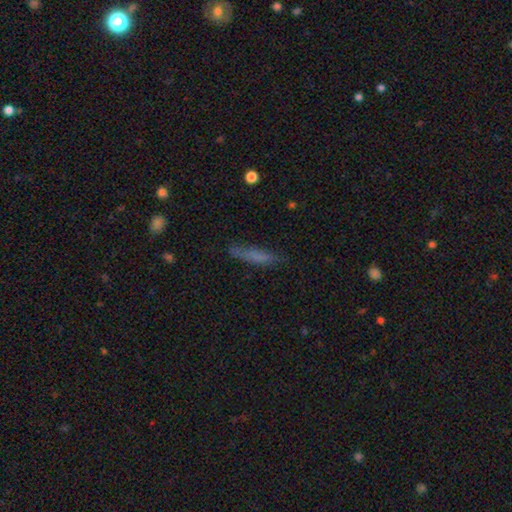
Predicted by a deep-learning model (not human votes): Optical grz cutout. It shows a smooth galaxy with no disk features (67%) that is cigar-shaped (84%). Merging: none (70%).